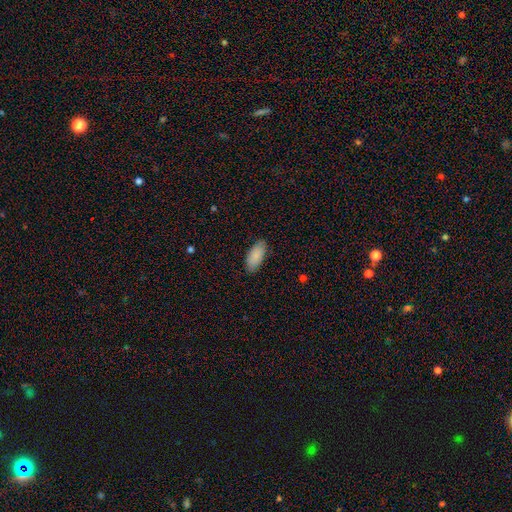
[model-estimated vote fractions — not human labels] Morphology: type=smooth (87%); roundness=in between (91%); merging=none (84%).